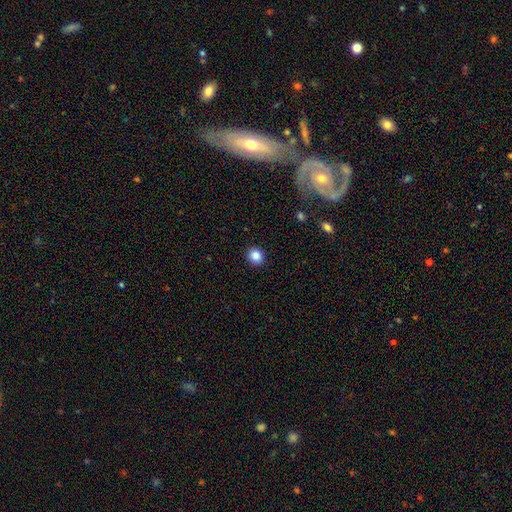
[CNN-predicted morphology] Overall: smooth (86%). How rounded: round (81%). Merging: none (92%).